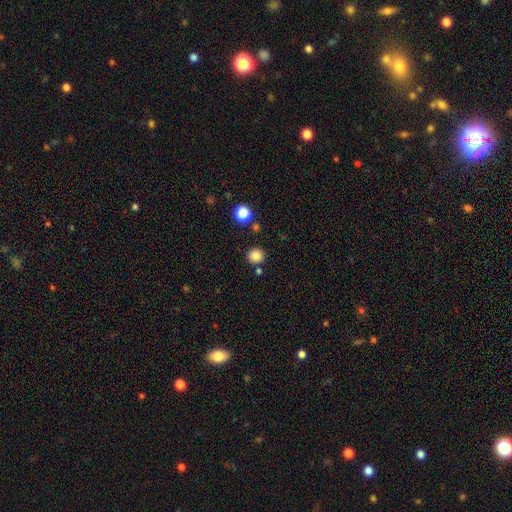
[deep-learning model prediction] smooth-or-featured: smooth: 84% | star or artifact: 12% | featured or disk: 4%
  how-rounded: round: 92% | in between: 7% | cigar-shaped: 1%
  merging: none: 85% | minor disturbance: 7% | merger: 6% | major disturbance: 2%